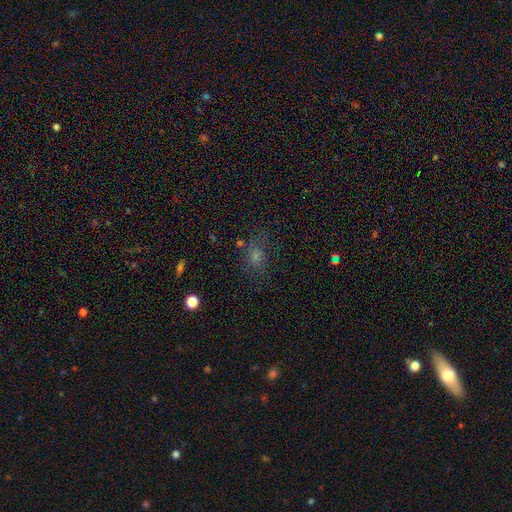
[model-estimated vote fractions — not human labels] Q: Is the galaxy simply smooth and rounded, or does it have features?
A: smooth — 56%.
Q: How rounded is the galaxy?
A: in between — 57%.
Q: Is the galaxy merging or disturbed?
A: none — 62%.